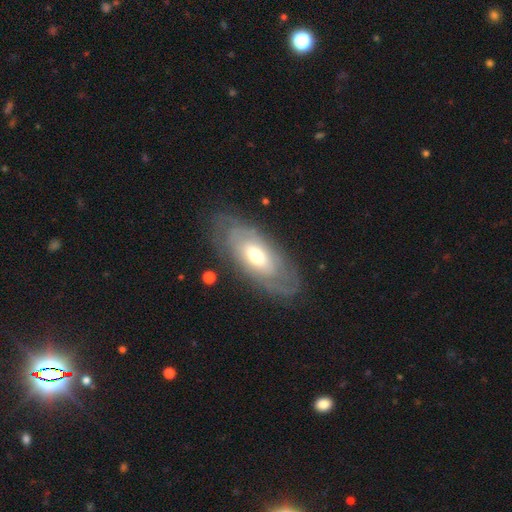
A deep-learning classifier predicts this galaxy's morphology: smooth-or-featured: featured or disk: 64% | smooth: 30% | star or artifact: 6%
  disk-edge-on: no: 86% | yes: 14%
    bar: no: 73% | weak: 20% | strong: 6%
    has-spiral-arms: yes: 58% | no: 42%
    bulge-size: moderate: 63% | small: 19% | large: 15% | dominant: 2% | none: 1%
  merging: none: 76% | minor disturbance: 16% | major disturbance: 7% | merger: 2%